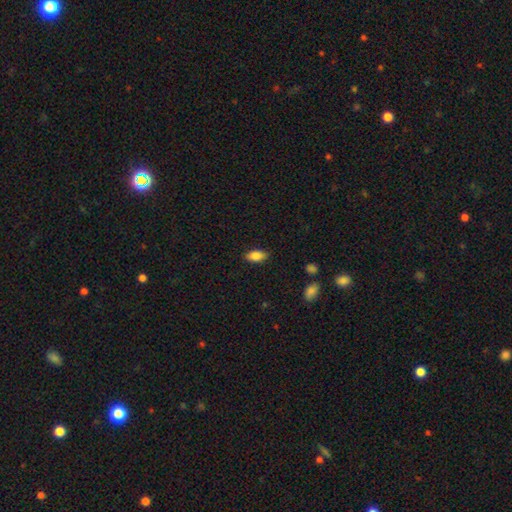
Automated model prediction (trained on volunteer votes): Overall: smooth (85%). How rounded: in between (90%). Merging: none (83%).